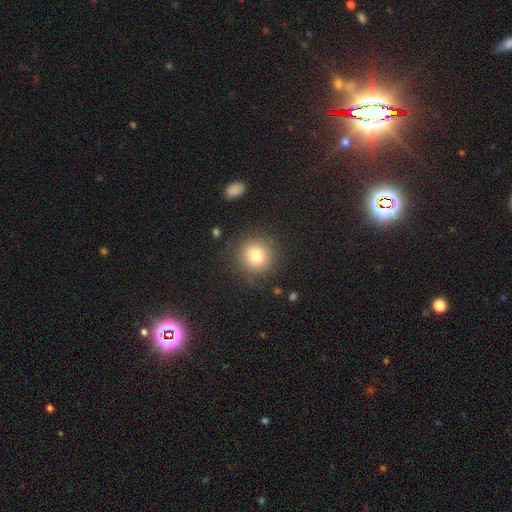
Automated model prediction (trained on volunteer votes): smooth-or-featured: smooth: 79% | star or artifact: 12% | featured or disk: 10%
  how-rounded: round: 93% | in between: 6% | cigar-shaped: 1%
  merging: none: 87% | minor disturbance: 8% | major disturbance: 4% | merger: 2%